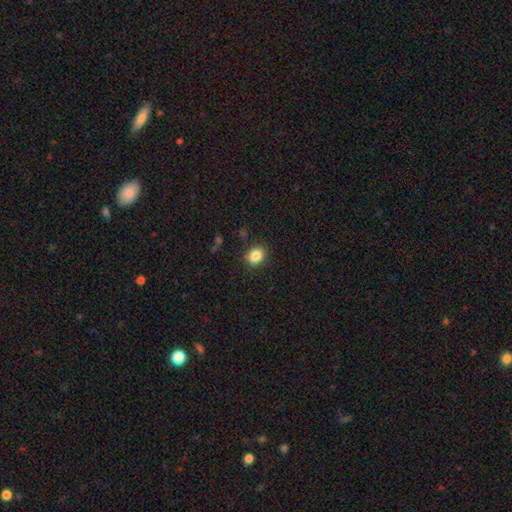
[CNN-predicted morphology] A smooth galaxy with no disk features (86%) that is round (50%).

Vote fractions:
- Smooth or featured? smooth: 86% / star or artifact: 10% / featured or disk: 5%
- How rounded? round: 50% / in between: 49% / cigar-shaped: 1%
- Merging? none: 88% / minor disturbance: 8% / major disturbance: 2% / merger: 1%